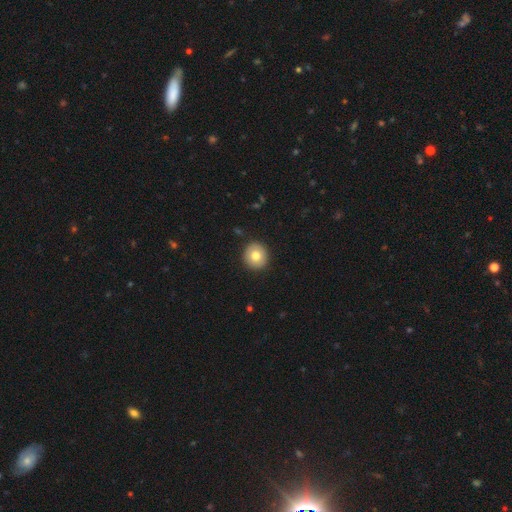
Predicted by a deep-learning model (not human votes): This is likely a smooth galaxy (78%). How rounded: clearly round (92%). Merging: clearly none (92%).